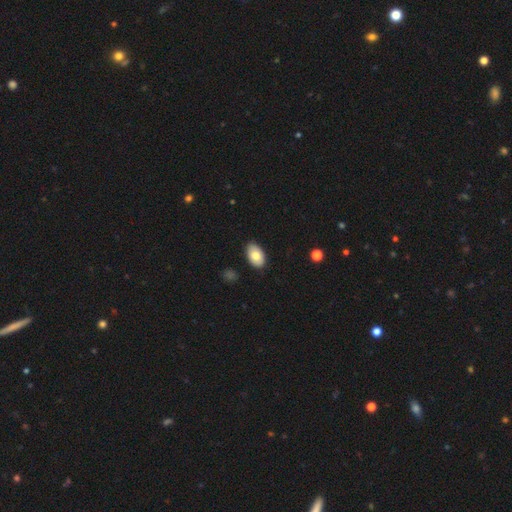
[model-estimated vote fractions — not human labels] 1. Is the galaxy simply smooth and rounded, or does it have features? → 77% smooth, 17% featured or disk, 6% star or artifact.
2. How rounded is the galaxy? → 93% in between, 6% round, 1% cigar-shaped.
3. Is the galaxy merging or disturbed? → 85% none, 12% minor disturbance, 2% major disturbance, 1% merger.